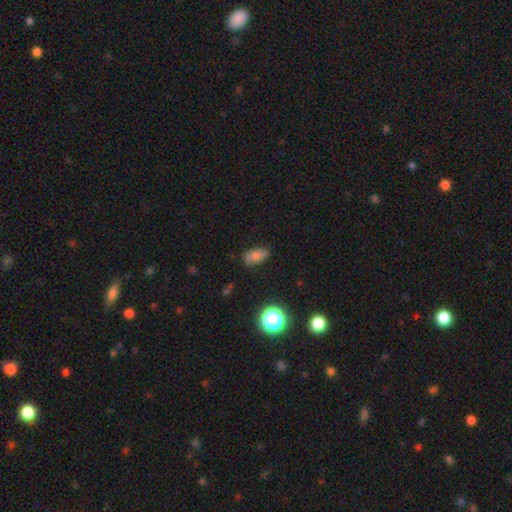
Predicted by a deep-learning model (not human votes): Morphology: type=smooth (74%); roundness=in between (85%); merging=none (80%).